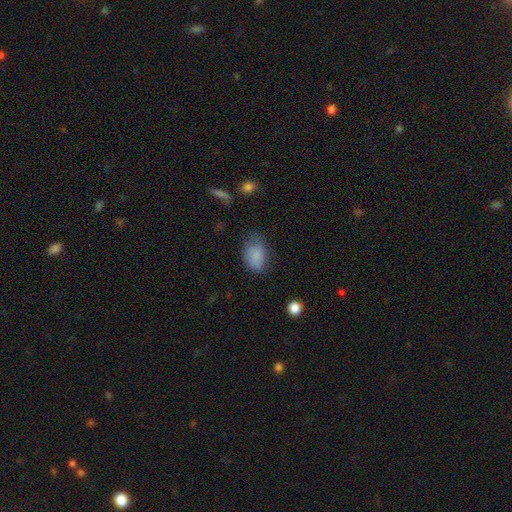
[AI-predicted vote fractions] Q: Smooth or featured?
A: smooth (82%); runner-up: star or artifact (10%)
Q: How rounded?
A: in between (84%); runner-up: round (14%)
Q: Merging?
A: none (56%); runner-up: minor disturbance (30%)